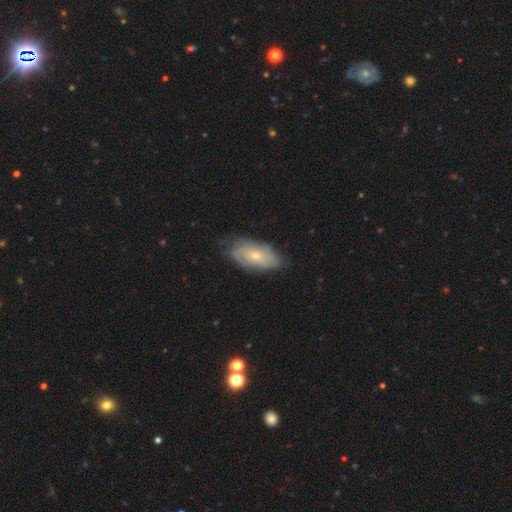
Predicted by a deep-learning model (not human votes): The model was most divided on "smooth or featured": featured or disk: 49%, smooth: 45%, star or artifact: 6%. More confident: merging — none (68%).